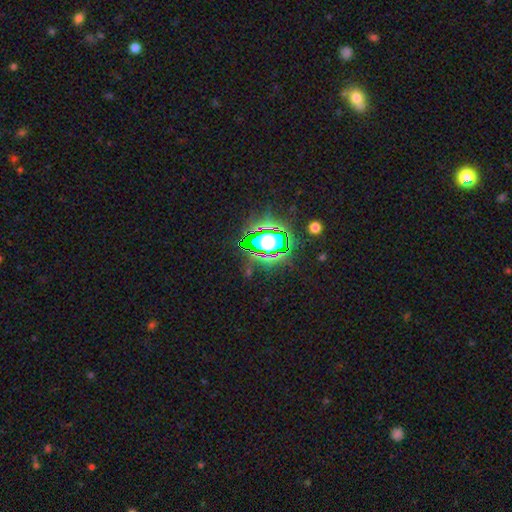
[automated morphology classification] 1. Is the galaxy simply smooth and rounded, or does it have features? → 81% star or artifact, 12% smooth, 8% featured or disk.